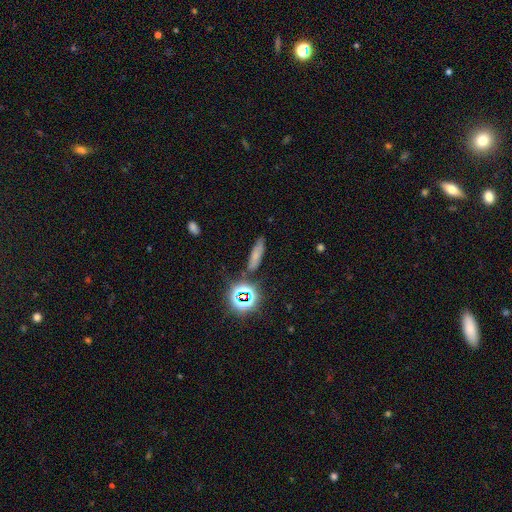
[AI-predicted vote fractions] This appears to be a smooth galaxy with no disk features (60%) that is cigar-shaped (54%). Merging: none (77%).